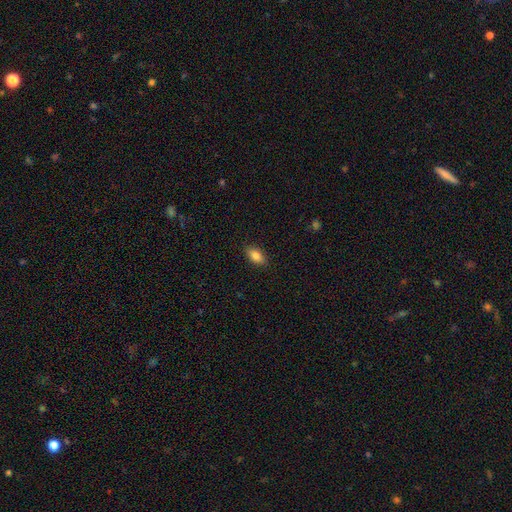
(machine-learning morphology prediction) Overall: smooth (85%). How rounded: in between (90%). Merging: none (88%).